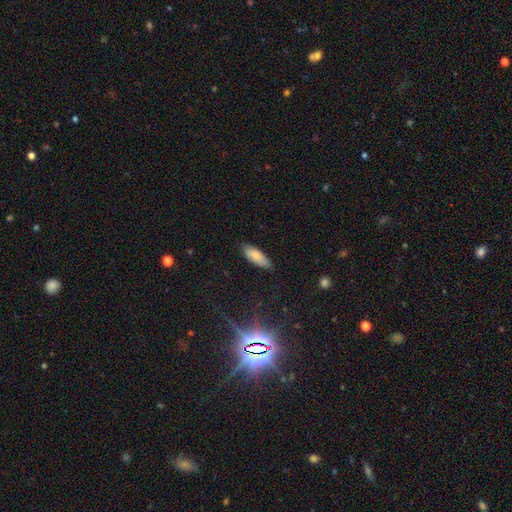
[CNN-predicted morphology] Smooth or featured? smooth (83%)
How rounded? in between (71%)
Merging? none (83%)